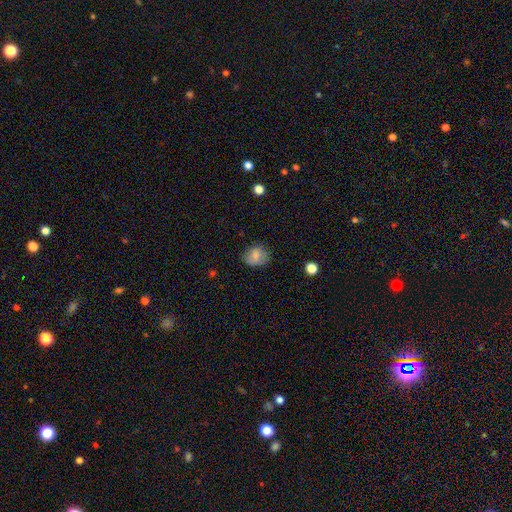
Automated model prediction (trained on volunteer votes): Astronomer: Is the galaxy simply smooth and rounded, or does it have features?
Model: smooth — 79%.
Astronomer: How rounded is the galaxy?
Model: round — 54% (runner-up: in between, 45%).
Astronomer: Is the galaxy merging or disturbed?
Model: none — 73%.